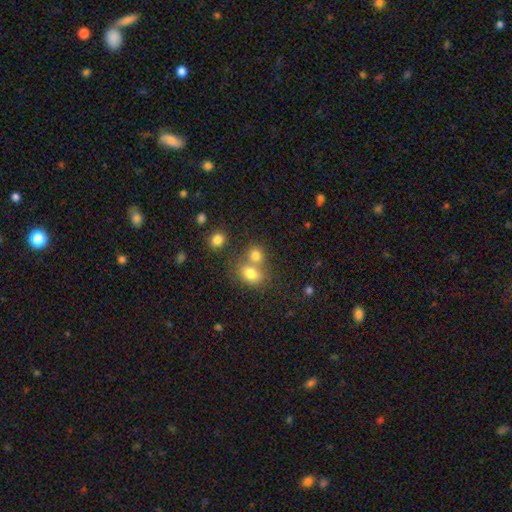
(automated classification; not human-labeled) smooth_or_featured: smooth (p=0.77) [alt: star or artifact p=0.13]
how_rounded: round (p=0.61) [alt: in between p=0.38]
merging: merger (p=0.49) [alt: none p=0.39]